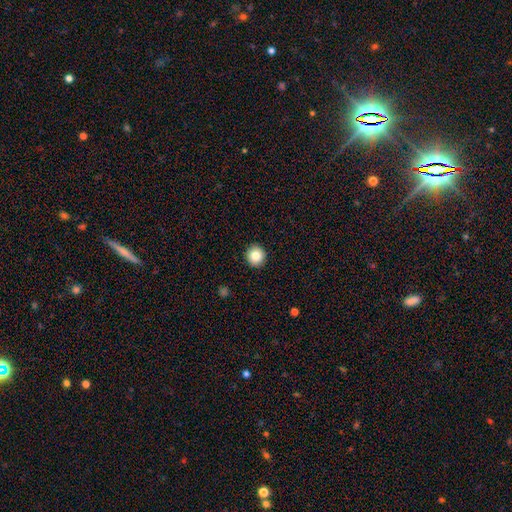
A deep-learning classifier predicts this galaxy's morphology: Smooth or featured: smooth — 83% (star or artifact — 9%)
How rounded: round — 94% (in between — 6%)
Merging: none — 93% (minor disturbance — 5%)